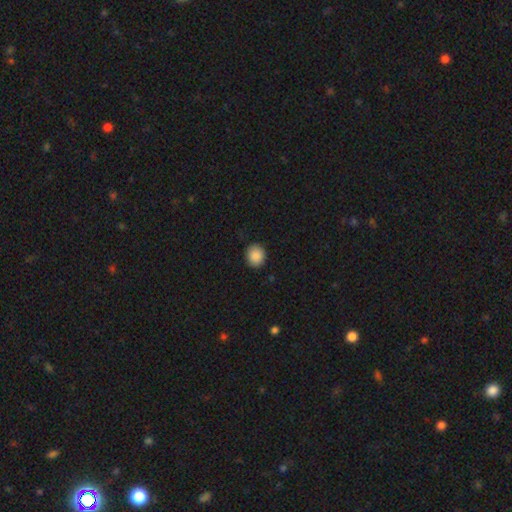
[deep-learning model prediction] The model was most divided on "how rounded": round: 76%, in between: 23%, cigar-shaped: 1%. More confident: smooth or featured — smooth (89%); merging — none (88%).